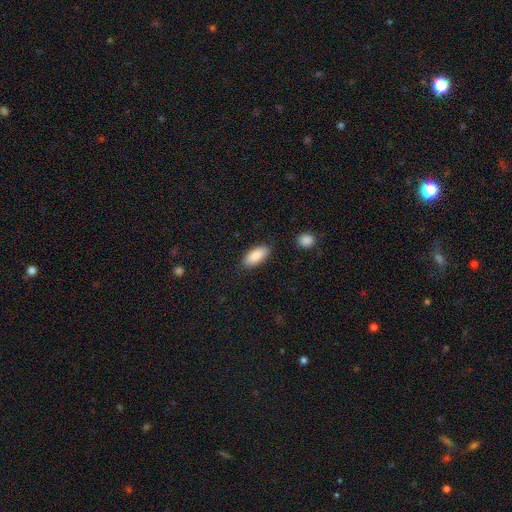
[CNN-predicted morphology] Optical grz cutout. It shows a smooth galaxy with no disk features (88%) that is in between round and cigar-shaped (89%). Merging: none (85%).